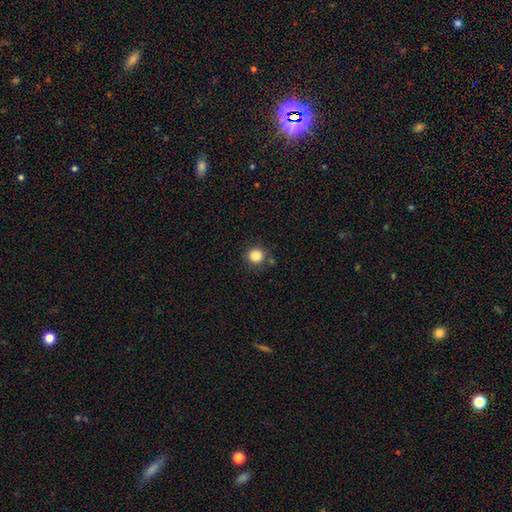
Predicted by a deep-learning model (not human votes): smooth 85%, star or artifact 11%, featured or disk 4%. Down the decision tree: how rounded — round (92%); merging — none (83%).